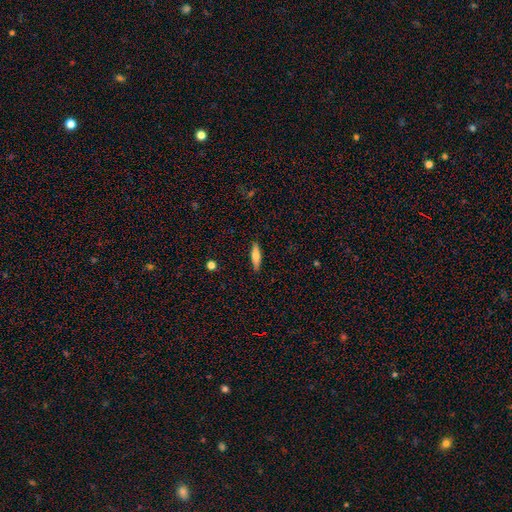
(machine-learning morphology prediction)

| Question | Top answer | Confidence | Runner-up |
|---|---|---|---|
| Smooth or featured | smooth | 68% | featured or disk (26%) |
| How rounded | cigar-shaped | 70% | in between (28%) |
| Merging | none | 89% | minor disturbance (8%) |